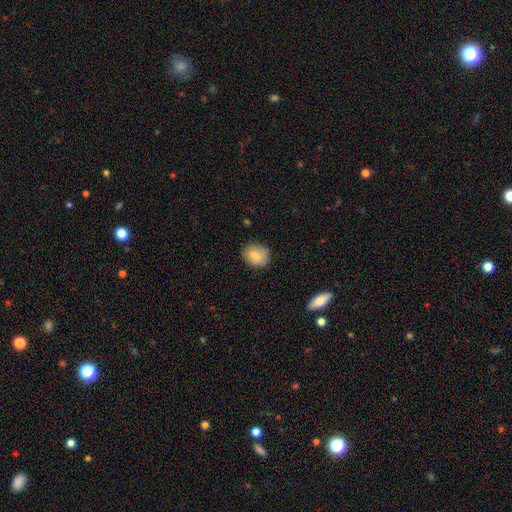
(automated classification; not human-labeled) A smooth galaxy with no disk features (78%) that is in between round and cigar-shaped (58%).

Vote fractions:
- Smooth or featured? smooth: 78% / featured or disk: 15% / star or artifact: 8%
- How rounded? in between: 58% / round: 41% / cigar-shaped: 1%
- Merging? none: 79% / minor disturbance: 16% / major disturbance: 4% / merger: 1%